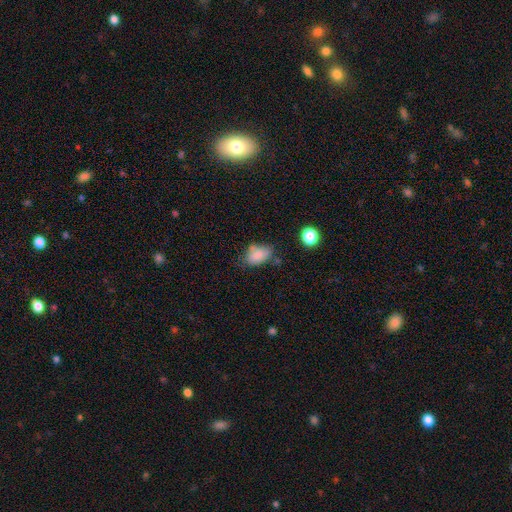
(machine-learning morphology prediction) Smooth or featured?
  - smooth: 82% *
  - star or artifact: 10%
  - featured or disk: 9%
How rounded?
  - in between: 86% *
  - round: 12%
  - cigar-shaped: 2%
Merging?
  - none: 55% *
  - minor disturbance: 26%
  - merger: 11%
  - major disturbance: 8%